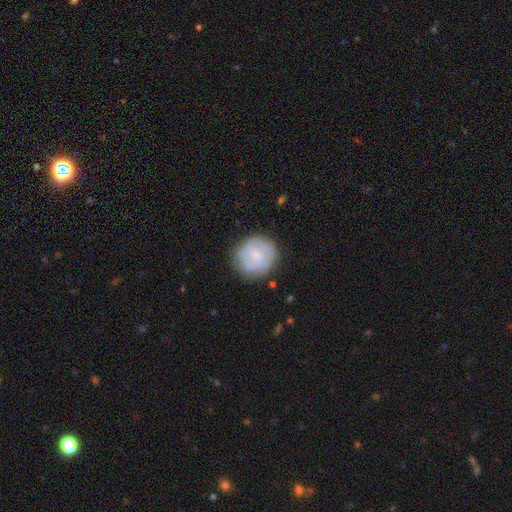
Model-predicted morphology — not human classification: Smooth or featured: featured or disk — 54% (smooth — 40%)
Edge-on disk: no — 98% (yes — 2%)
Bar: no — 55% (weak — 38%)
Spiral arms: yes — 66% (no — 34%)
Bulge size: small — 54% (moderate — 33%)
Merging: none — 75% (minor disturbance — 17%)